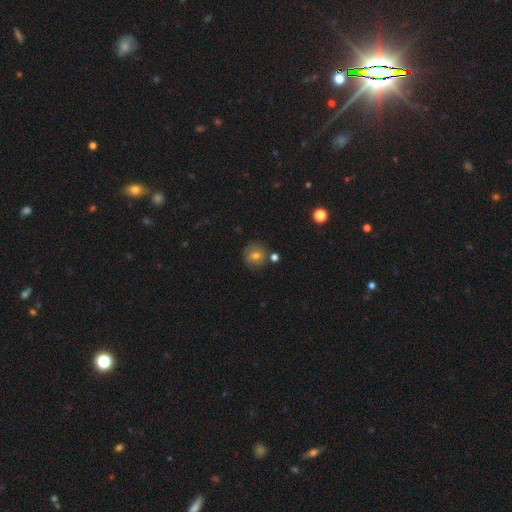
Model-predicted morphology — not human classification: The model was most divided on "smooth or featured": smooth: 71%, featured or disk: 17%, star or artifact: 11%. More confident: how rounded — round (90%); merging — none (79%).